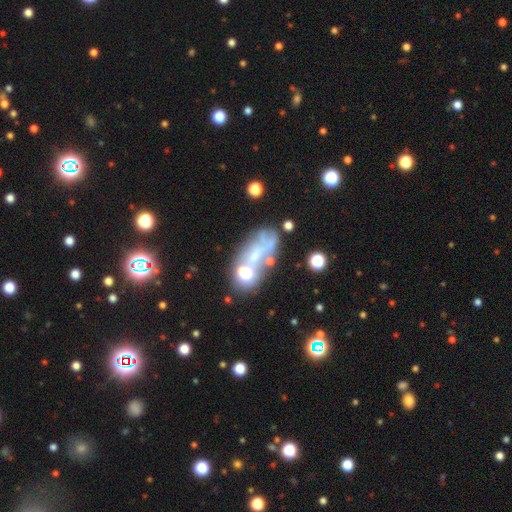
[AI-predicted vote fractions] smooth_or_featured: featured or disk (p=0.45) [alt: smooth p=0.32]
merging: none (p=0.35) [alt: major disturbance p=0.24]